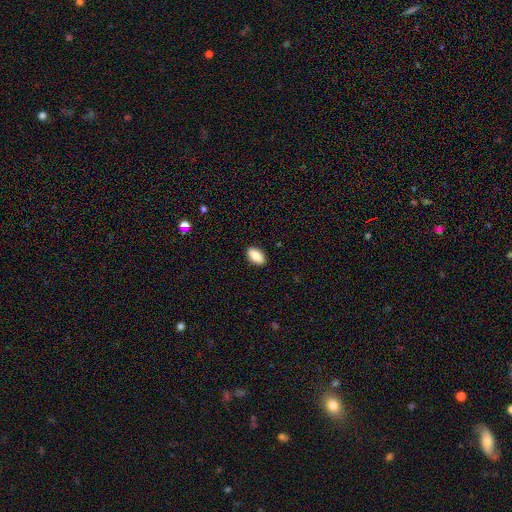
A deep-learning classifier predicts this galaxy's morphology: Q: Smooth or featured?
A: smooth (87%); runner-up: star or artifact (7%)
Q: How rounded?
A: in between (93%); runner-up: cigar-shaped (3%)
Q: Merging?
A: none (90%); runner-up: minor disturbance (8%)